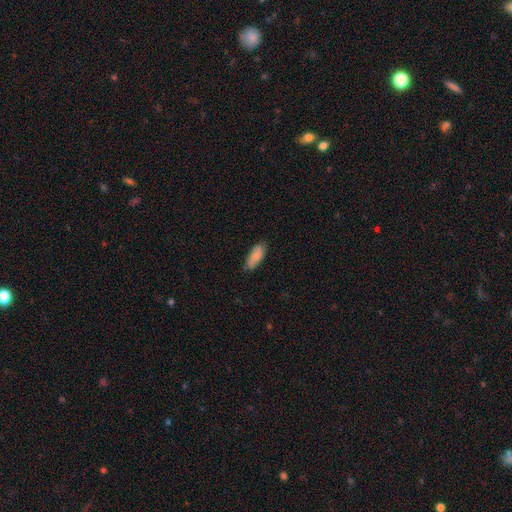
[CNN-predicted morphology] Smooth or featured?
  - smooth: 82% *
  - featured or disk: 12%
  - star or artifact: 6%
How rounded?
  - in between: 75% *
  - cigar-shaped: 23%
  - round: 2%
Merging?
  - none: 74% *
  - minor disturbance: 21%
  - major disturbance: 4%
  - merger: 1%